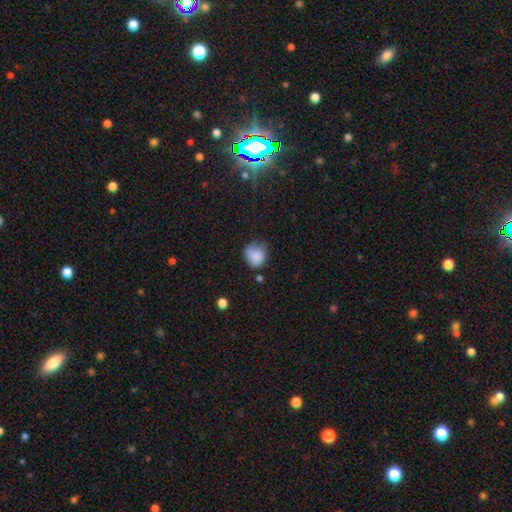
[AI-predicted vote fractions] Overall: smooth (82%). How rounded: round (72%). Merging: none (50%; minor disturbance 34%).